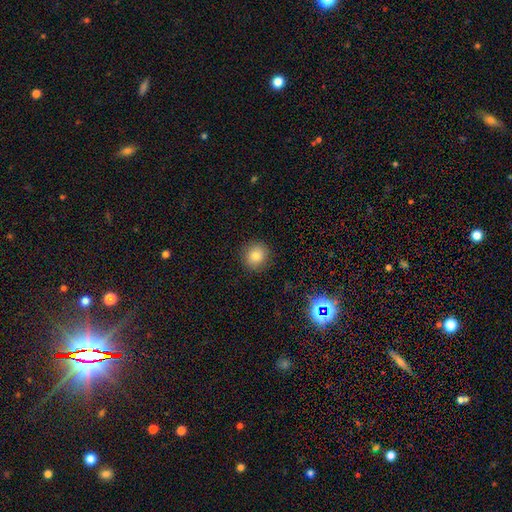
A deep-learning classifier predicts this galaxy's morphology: The model was most divided on "smooth or featured": smooth: 84%, star or artifact: 11%, featured or disk: 6%. More confident: merging — none (90%); how rounded — round (88%).